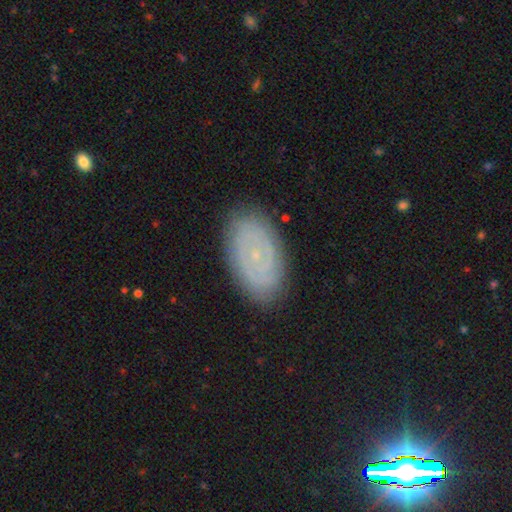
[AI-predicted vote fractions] smooth-or-featured: featured or disk: 60% | smooth: 29% | star or artifact: 11%
  disk-edge-on: no: 94% | yes: 6%
    bar: no: 73% | weak: 22% | strong: 5%
    has-spiral-arms: yes: 76% | no: 24%
    bulge-size: small: 84% | moderate: 9% | none: 5% | large: 1% | dominant: 1%
  merging: none: 86% | minor disturbance: 11% | major disturbance: 3% | merger: 1%